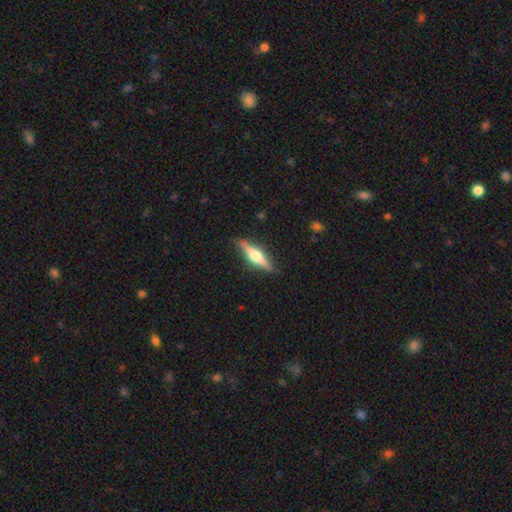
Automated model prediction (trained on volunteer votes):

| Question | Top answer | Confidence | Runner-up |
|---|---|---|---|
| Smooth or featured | featured or disk | 70% | smooth (25%) |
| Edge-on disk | yes | 97% | no (3%) |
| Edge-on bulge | rounded | 92% | boxy (5%) |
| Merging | none | 88% | minor disturbance (9%) |